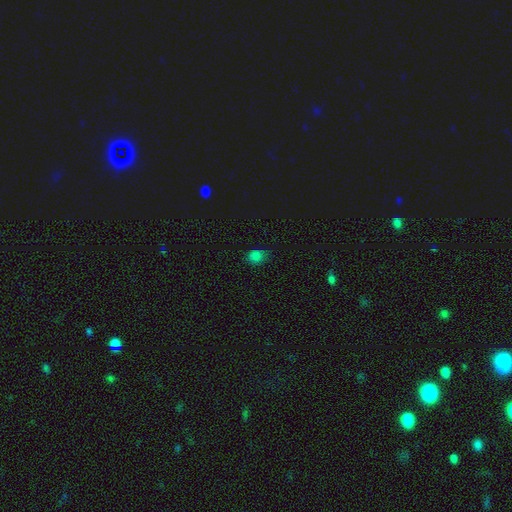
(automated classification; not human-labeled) smooth-or-featured: smooth: 78% | star or artifact: 18% | featured or disk: 4%
  how-rounded: round: 55% | in between: 44% | cigar-shaped: 1%
  merging: none: 68% | minor disturbance: 25% | major disturbance: 5% | merger: 2%